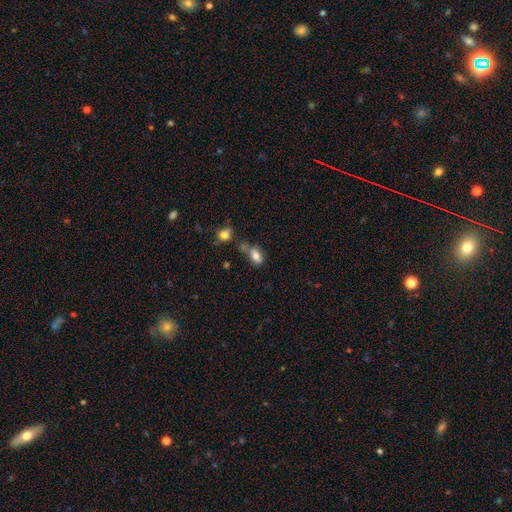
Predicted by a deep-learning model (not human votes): This is likely a smooth galaxy (76%). How rounded: clearly in between (85%). Merging: marginally none (39%).